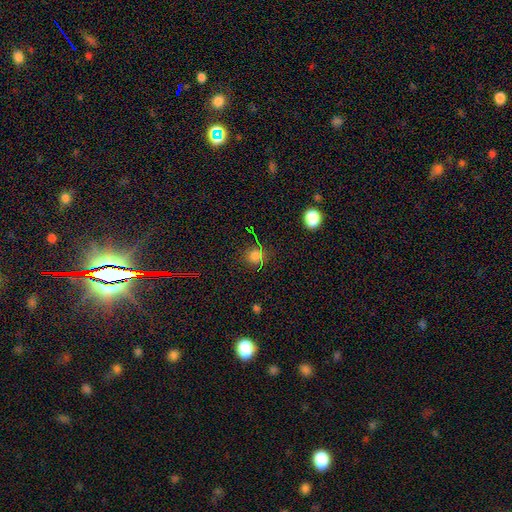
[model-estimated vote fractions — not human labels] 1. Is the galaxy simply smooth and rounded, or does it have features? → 69% smooth, 25% star or artifact, 6% featured or disk.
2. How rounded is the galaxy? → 90% round, 8% in between, 1% cigar-shaped.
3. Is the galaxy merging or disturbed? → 85% none, 9% minor disturbance, 4% major disturbance, 2% merger.